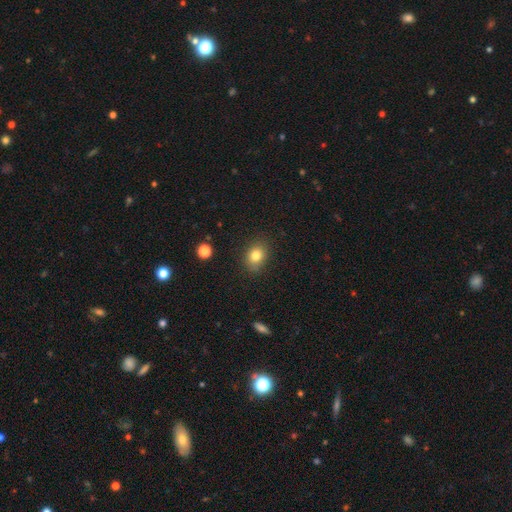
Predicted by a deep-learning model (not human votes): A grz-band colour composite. It shows a smooth galaxy with no disk features (81%) that is in between round and cigar-shaped (54%). Merging: none (82%).